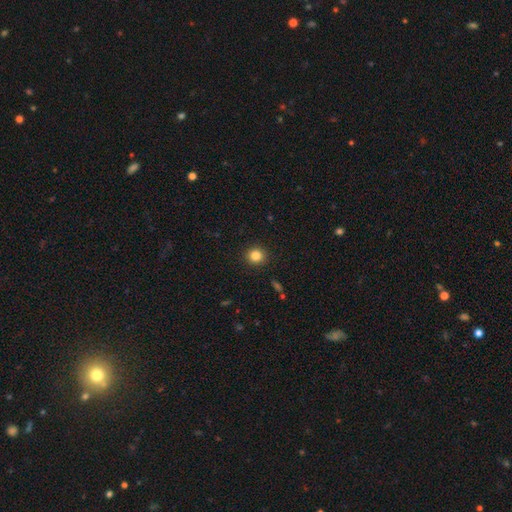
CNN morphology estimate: A smooth galaxy with no disk features (84%) that is round (91%). Merging: none (92%).